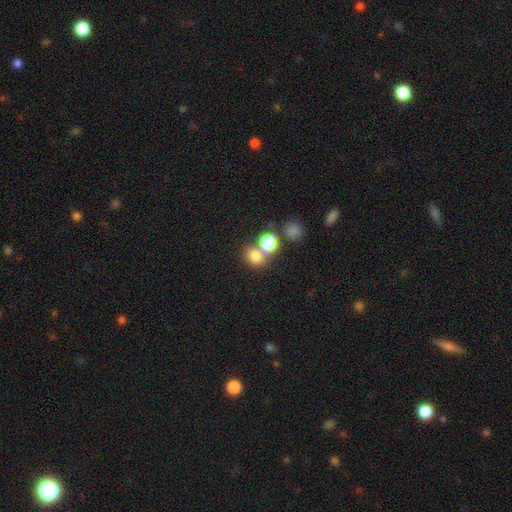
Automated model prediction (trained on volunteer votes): Smooth or featured? smooth (76%)
How rounded? round (67%)
Merging? none (45%)